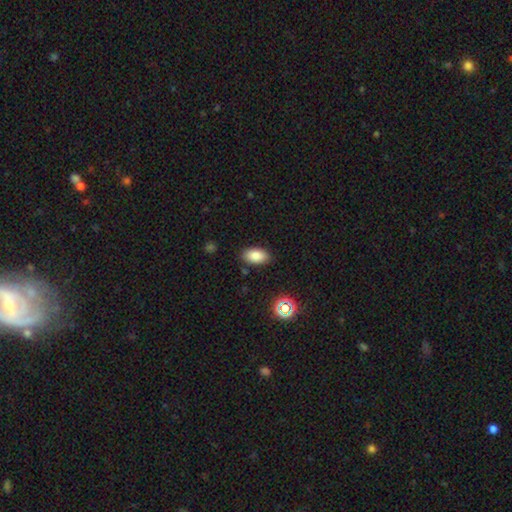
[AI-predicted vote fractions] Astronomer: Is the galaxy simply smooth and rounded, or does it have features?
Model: smooth — 84%.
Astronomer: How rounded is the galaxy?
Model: in between — 93%.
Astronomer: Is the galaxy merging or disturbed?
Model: none — 86%.